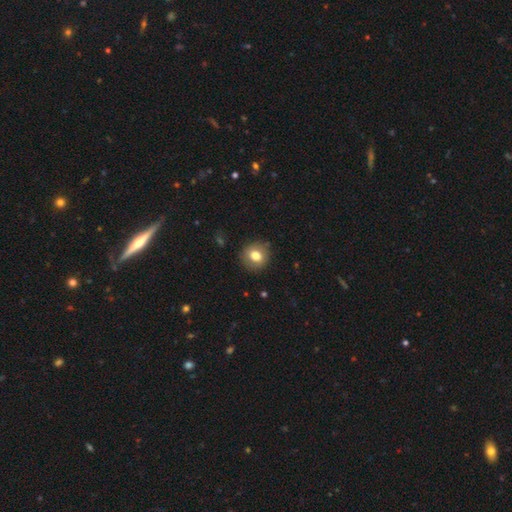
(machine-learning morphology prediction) Smooth or featured? smooth (77%)
How rounded? round (83%)
Merging? none (86%)